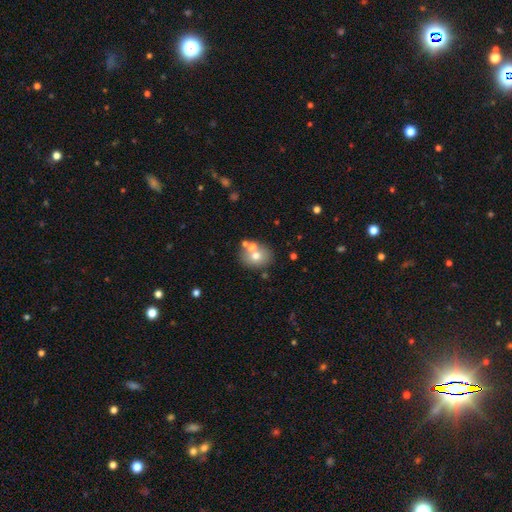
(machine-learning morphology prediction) smooth-or-featured: smooth: 67% | featured or disk: 21% | star or artifact: 12%
  how-rounded: round: 62% | in between: 37% | cigar-shaped: 1%
  merging: none: 64% | merger: 22% | minor disturbance: 11% | major disturbance: 4%